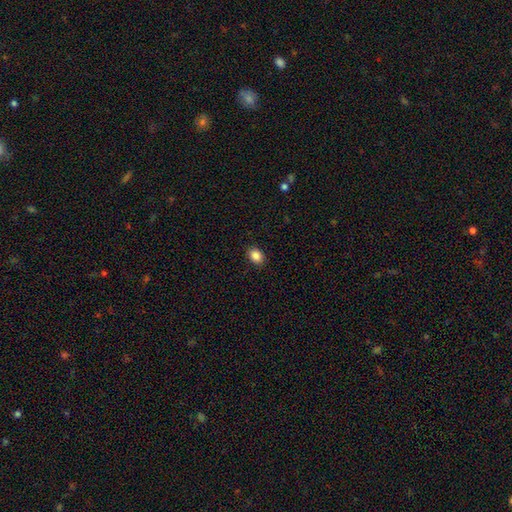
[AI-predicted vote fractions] Smooth or featured? Predicted: smooth (p=0.87). How rounded? Predicted: in between (p=0.62). Merging? Predicted: none (p=0.90).